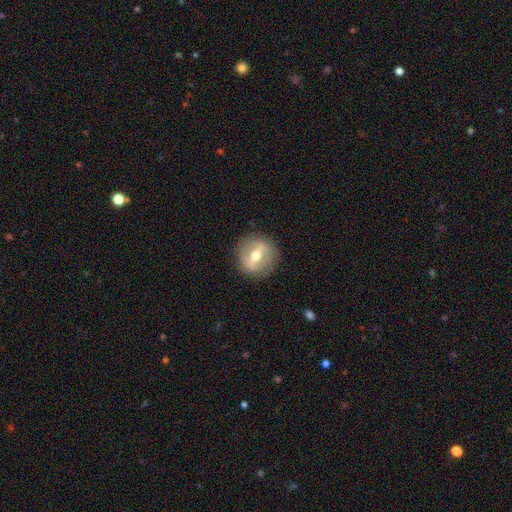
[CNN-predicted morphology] This is likely a featured or disk galaxy (67%). It is likely not viewed edge-on (77%). Bar: likely strong (63%). Spiral arm pattern: clearly no (81%). Central bulge: likely moderate (73%). Merging: clearly none (87%).